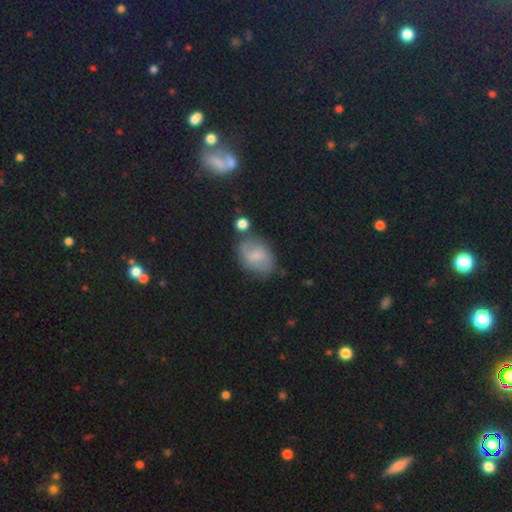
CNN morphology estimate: smooth 51%, featured or disk 39%, star or artifact 10%. Down the decision tree: how rounded — in between (77%); merging — none (64%).